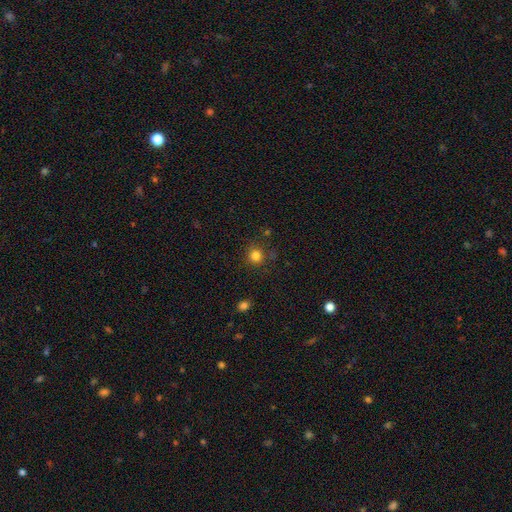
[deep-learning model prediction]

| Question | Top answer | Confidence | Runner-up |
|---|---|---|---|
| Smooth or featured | smooth | 81% | star or artifact (14%) |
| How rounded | round | 92% | in between (7%) |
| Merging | none | 85% | minor disturbance (9%) |